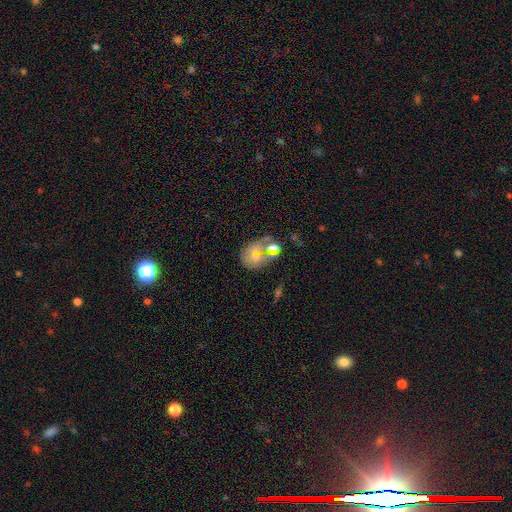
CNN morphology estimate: type=smooth (44%); merging=none (44%).